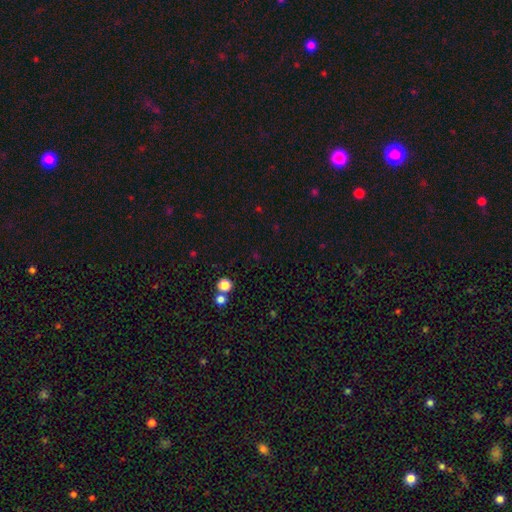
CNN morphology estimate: A star or artifact, not a galaxy (50%).